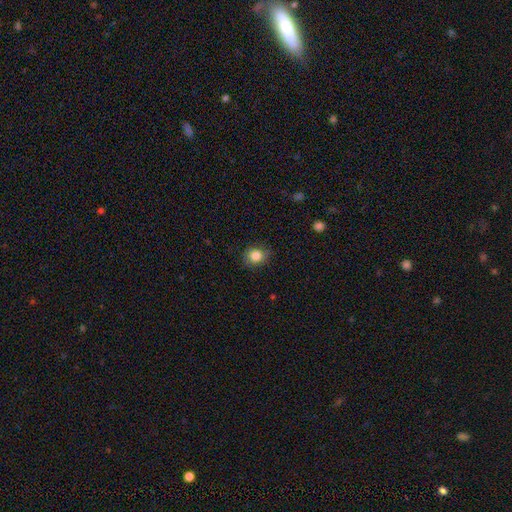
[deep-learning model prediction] A smooth galaxy with no disk features (84%) that is round (66%).

Vote fractions:
- Smooth or featured? smooth: 84% / star or artifact: 9% / featured or disk: 6%
- How rounded? round: 66% / in between: 33% / cigar-shaped: 1%
- Merging? none: 80% / minor disturbance: 16% / major disturbance: 4% / merger: 1%